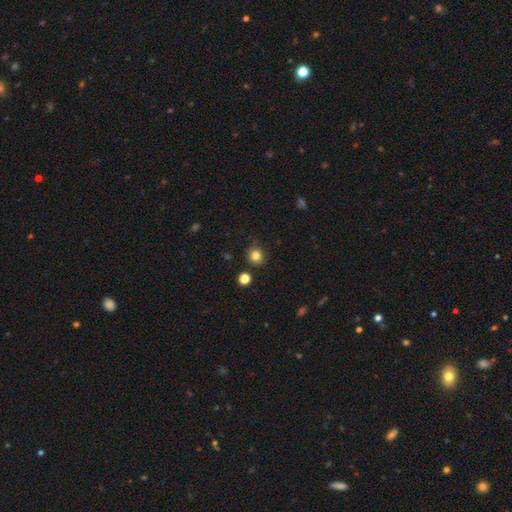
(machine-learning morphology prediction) Smooth or featured: smooth — 82% (star or artifact — 13%)
How rounded: round — 89% (in between — 10%)
Merging: none — 86% (minor disturbance — 9%)